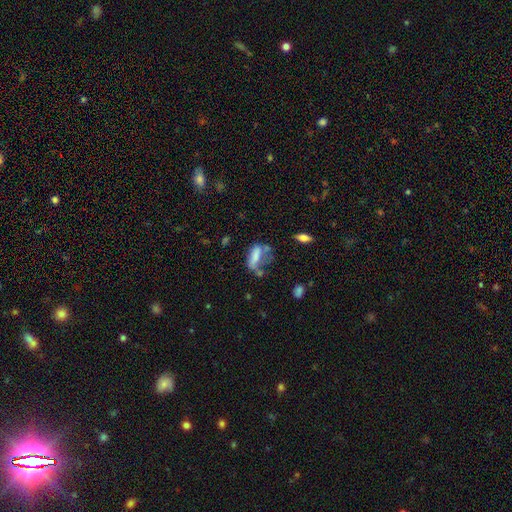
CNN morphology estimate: smooth-or-featured: smooth: 60% | featured or disk: 28% | star or artifact: 12%
  how-rounded: in between: 72% | cigar-shaped: 24% | round: 4%
  merging: major disturbance: 36% | none: 25% | minor disturbance: 23% | merger: 17%